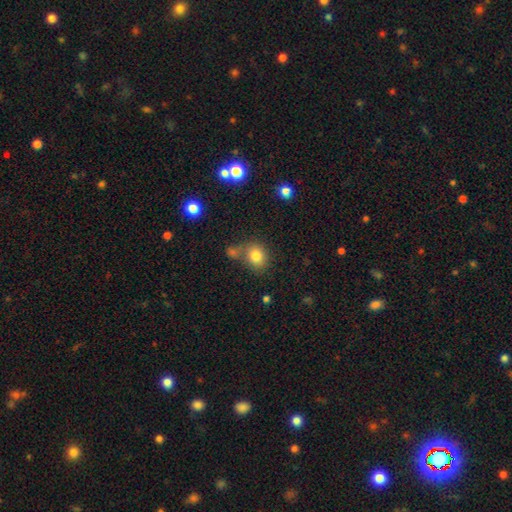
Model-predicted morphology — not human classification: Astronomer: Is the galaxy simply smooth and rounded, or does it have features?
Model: smooth — 80%.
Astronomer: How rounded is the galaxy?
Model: round — 65%.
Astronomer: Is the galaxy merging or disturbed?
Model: none — 56%.